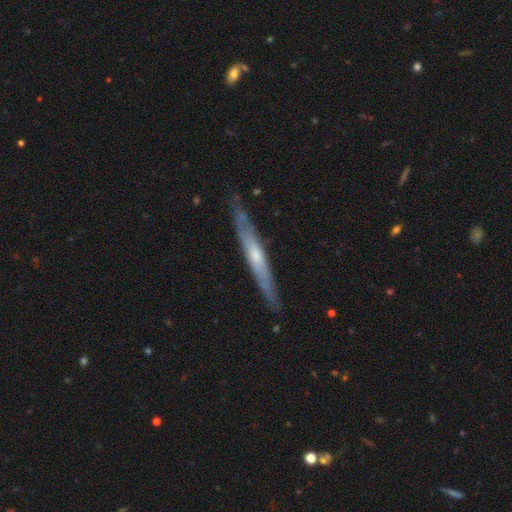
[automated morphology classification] Smooth or featured? Predicted: featured or disk (p=0.62). Edge-on disk? Predicted: yes (p=0.86). Edge-on bulge? Predicted: rounded (p=0.48). Merging? Predicted: none (p=0.82).